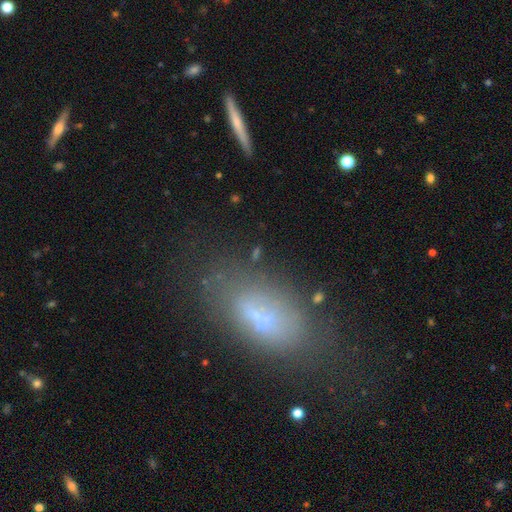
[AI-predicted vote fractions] This appears to be a smooth galaxy with no disk features (51%) that is in between round and cigar-shaped (80%). Merging: none (58%).